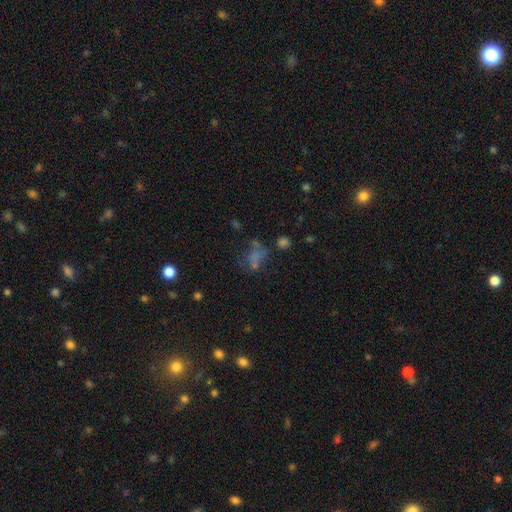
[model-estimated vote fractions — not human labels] Overall: smooth (42%; star or artifact 33%). Merging: none (41%; major disturbance 28%).